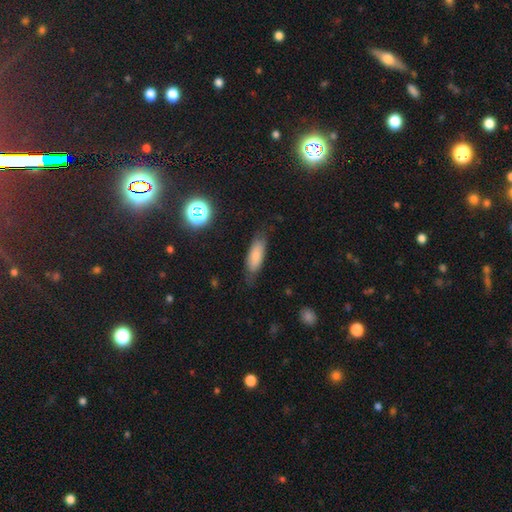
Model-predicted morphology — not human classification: Smooth or featured? Predicted: smooth (p=0.74). How rounded? Predicted: in between (p=0.64). Merging? Predicted: none (p=0.69).